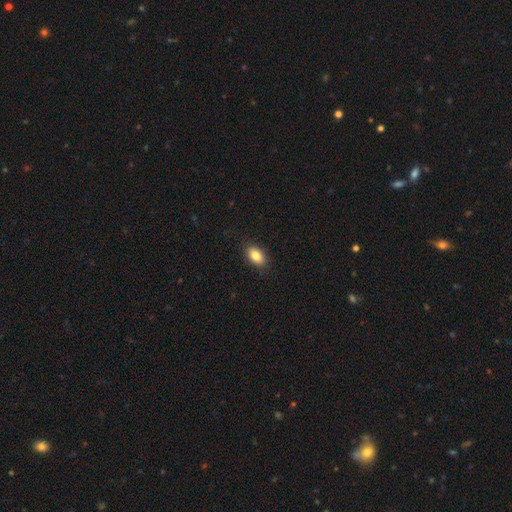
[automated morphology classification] The model was most divided on "smooth or featured": smooth: 84%, featured or disk: 8%, star or artifact: 8%. More confident: how rounded — in between (89%); merging — none (87%).